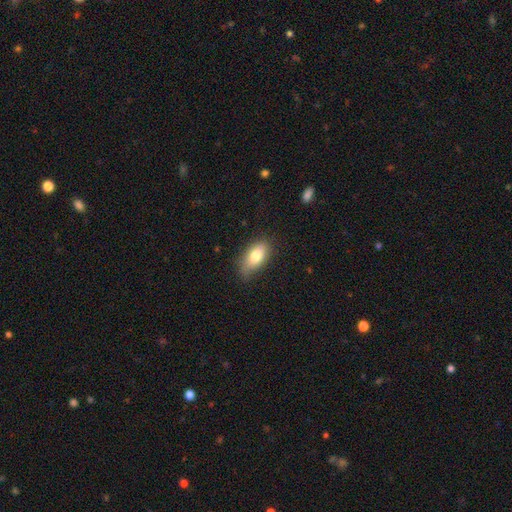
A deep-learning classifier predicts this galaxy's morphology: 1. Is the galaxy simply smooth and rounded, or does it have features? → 77% smooth, 15% featured or disk, 7% star or artifact.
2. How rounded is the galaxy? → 89% in between, 7% cigar-shaped, 5% round.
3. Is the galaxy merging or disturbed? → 71% none, 23% minor disturbance, 5% major disturbance, 1% merger.